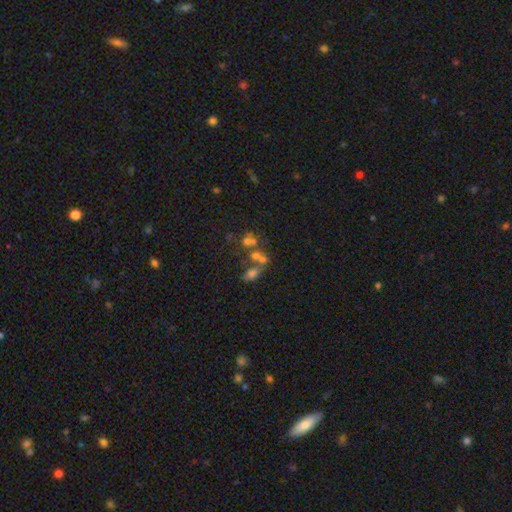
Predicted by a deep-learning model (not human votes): Smooth or featured?
  - smooth: 39% *
  - star or artifact: 37%
  - featured or disk: 24%
Merging?
  - merger: 43% *
  - none: 40%
  - minor disturbance: 9%
  - major disturbance: 8%